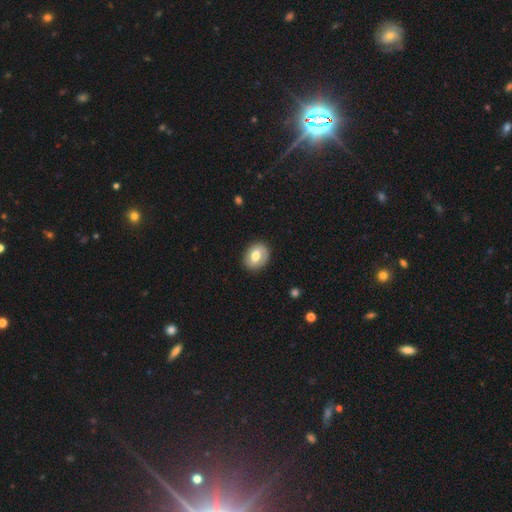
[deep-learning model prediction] The model was most divided on "how rounded": in between: 55%, round: 44%, cigar-shaped: 1%. More confident: merging — none (84%); smooth or featured — smooth (63%).